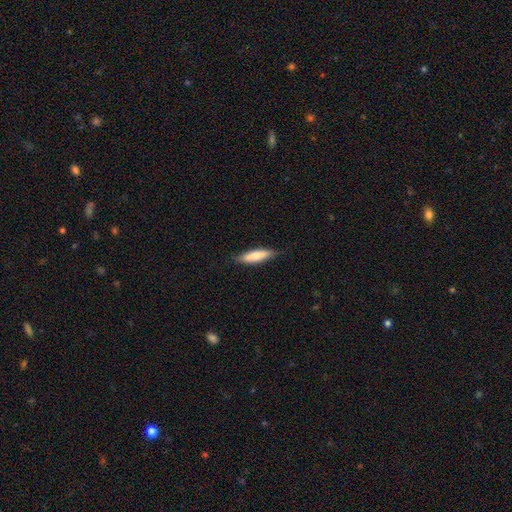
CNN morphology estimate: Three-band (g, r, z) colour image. It shows a smooth galaxy with no disk features (72%) that is cigar-shaped (66%). Merging: none (83%).